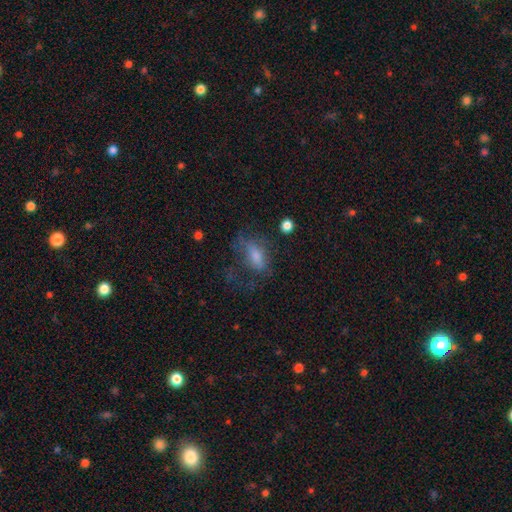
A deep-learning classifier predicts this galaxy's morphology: A smooth galaxy with no disk features (52%) that is in between round and cigar-shaped (78%).

Vote fractions:
- Smooth or featured? smooth: 52% / featured or disk: 33% / star or artifact: 15%
- How rounded? in between: 78% / cigar-shaped: 12% / round: 10%
- Merging? none: 40% / major disturbance: 36% / minor disturbance: 22% / merger: 3%